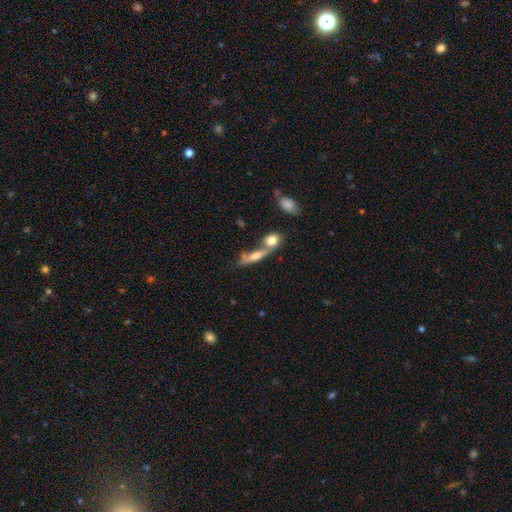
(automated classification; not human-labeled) Smooth or featured? Predicted: smooth (p=0.45, tied with featured or disk). Merging? Predicted: none (p=0.44).